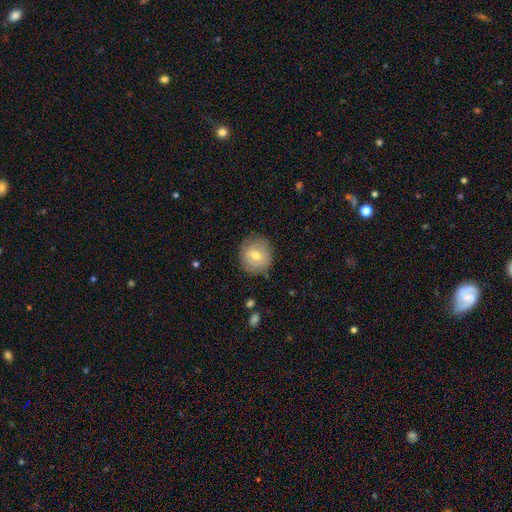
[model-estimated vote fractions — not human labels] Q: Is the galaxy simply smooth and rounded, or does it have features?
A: smooth — 56%.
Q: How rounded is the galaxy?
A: round — 85%.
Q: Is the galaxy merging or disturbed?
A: none — 75%.